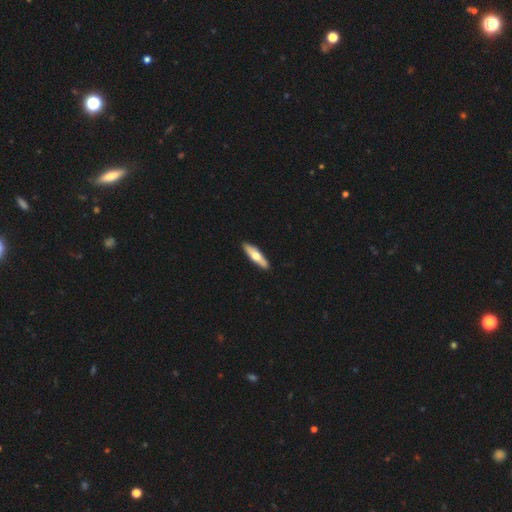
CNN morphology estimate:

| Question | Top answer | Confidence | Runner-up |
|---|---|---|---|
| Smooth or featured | smooth | 50% | featured or disk (45%) |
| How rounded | cigar-shaped | 72% | in between (26%) |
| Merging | none | 91% | minor disturbance (7%) |